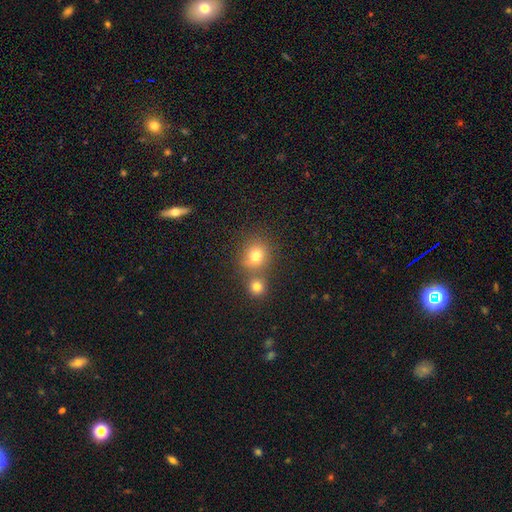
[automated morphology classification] smooth-or-featured: smooth: 76% | star or artifact: 15% | featured or disk: 9%
  how-rounded: round: 82% | in between: 17% | cigar-shaped: 1%
  merging: none: 59% | merger: 28% | minor disturbance: 10% | major disturbance: 4%